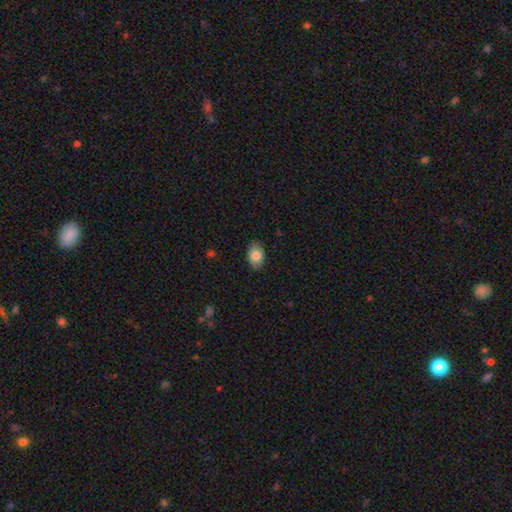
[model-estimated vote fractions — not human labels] Smooth or featured: smooth — 83% (featured or disk — 10%)
How rounded: in between — 87% (round — 12%)
Merging: none — 86% (minor disturbance — 11%)